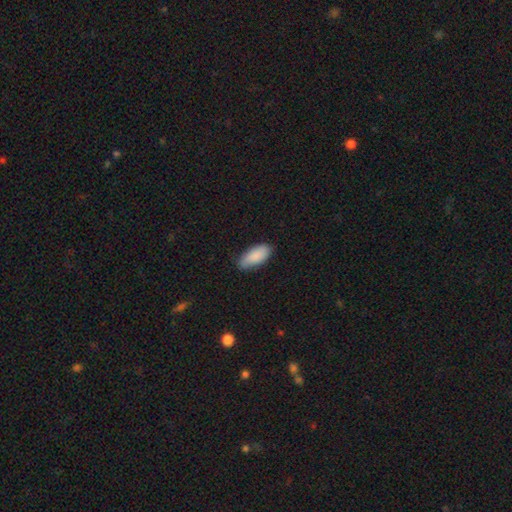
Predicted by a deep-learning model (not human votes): Q: Smooth or featured?
A: smooth (88%); runner-up: featured or disk (6%)
Q: How rounded?
A: in between (88%); runner-up: cigar-shaped (11%)
Q: Merging?
A: none (77%); runner-up: minor disturbance (19%)